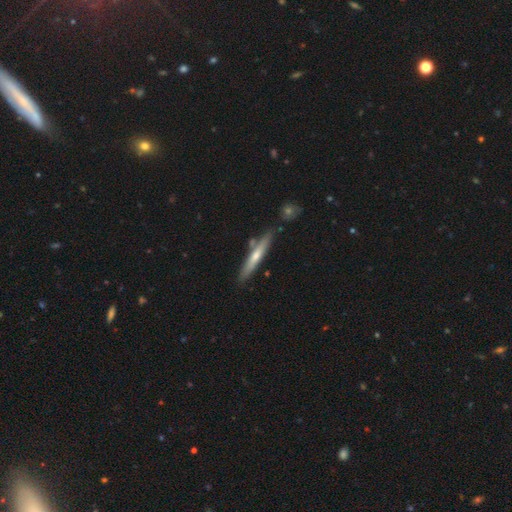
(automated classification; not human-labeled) This appears to be a featured or disk galaxy (64%) viewed edge-on (92%) with a rounded central bulge (77%). Merging: none (75%).